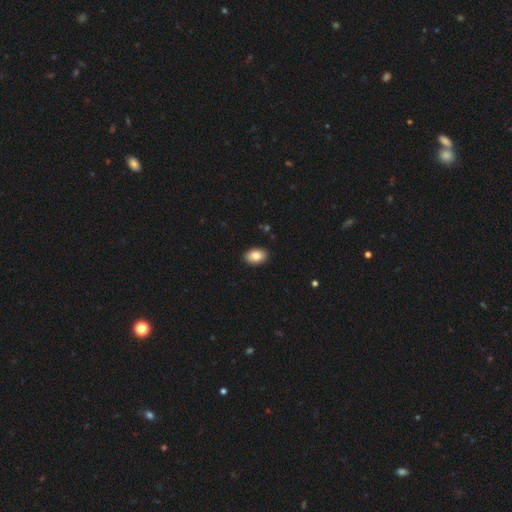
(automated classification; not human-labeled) Smooth or featured? Predicted: smooth (p=0.84). How rounded? Predicted: in between (p=0.88). Merging? Predicted: none (p=0.90).